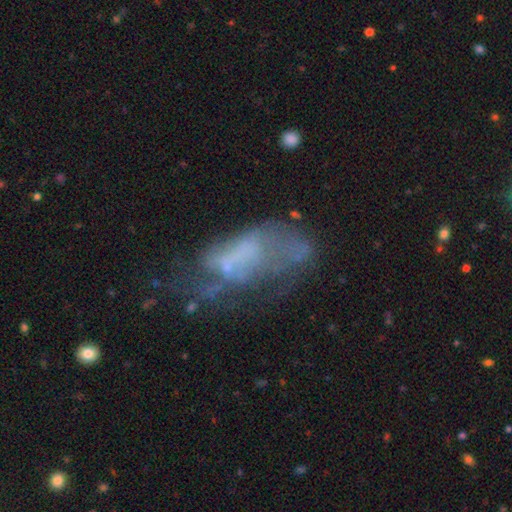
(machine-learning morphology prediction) Overall: featured or disk (51%; smooth 33%). Edge-on disk: no (93%). Merging: major disturbance (39%; none 28%).